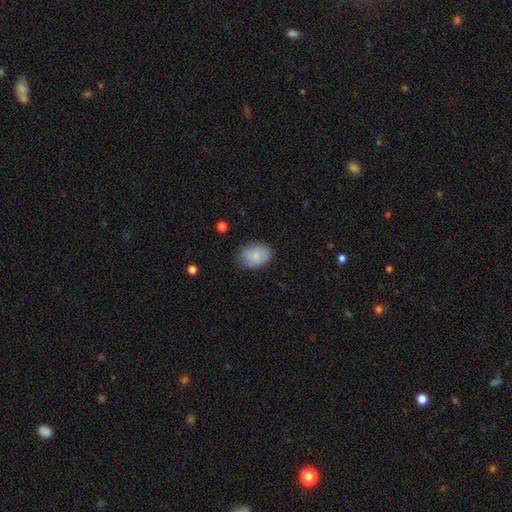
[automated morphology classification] Smooth or featured: smooth — 82% (featured or disk — 11%)
How rounded: in between — 80% (round — 19%)
Merging: none — 74% (minor disturbance — 20%)